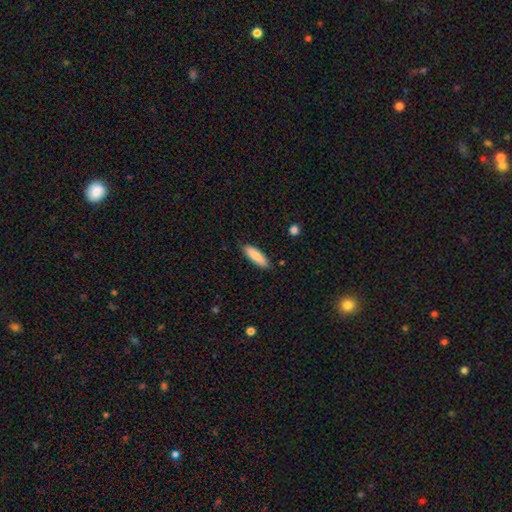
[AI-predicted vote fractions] Overall: smooth (84%). How rounded: cigar-shaped (52%; in between 46%). Merging: none (82%).